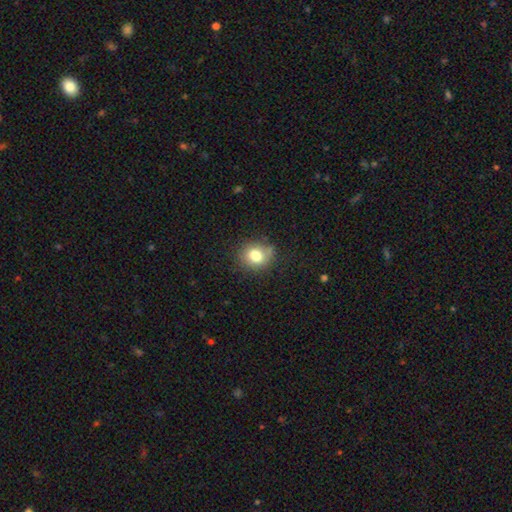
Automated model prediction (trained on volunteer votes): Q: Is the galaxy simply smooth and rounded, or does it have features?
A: smooth — 78%.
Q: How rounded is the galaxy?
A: round — 73%.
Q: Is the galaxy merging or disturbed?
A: none — 75%.